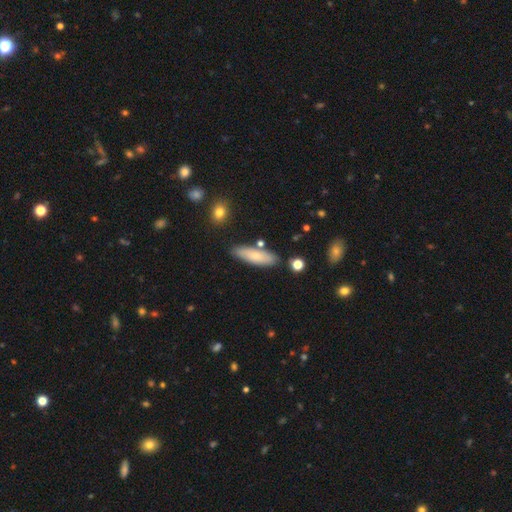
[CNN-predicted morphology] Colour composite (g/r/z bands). It shows a smooth galaxy with no disk features (70%) that is cigar-shaped (54%). Merging: none (80%).